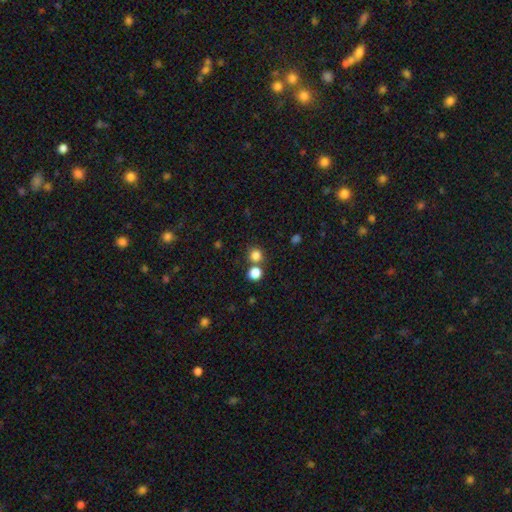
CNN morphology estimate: type=smooth (81%); roundness=round (90%); merging=none (70%).